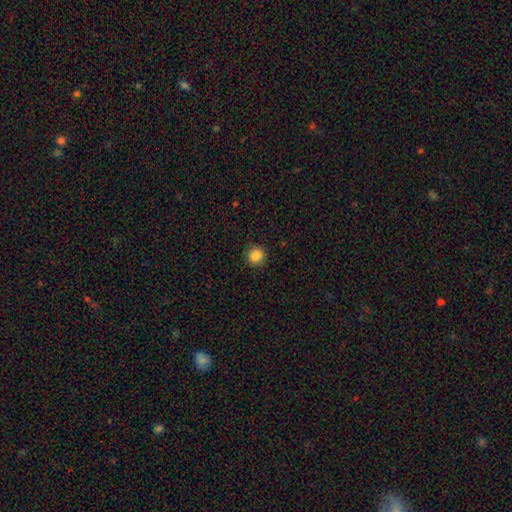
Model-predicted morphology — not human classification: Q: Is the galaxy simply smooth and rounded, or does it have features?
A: smooth — 85%.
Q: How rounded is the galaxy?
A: round — 93%.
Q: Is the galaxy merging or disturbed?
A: none — 92%.